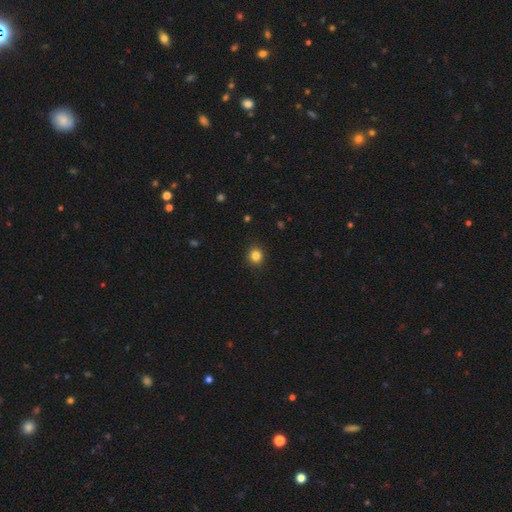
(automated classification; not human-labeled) A smooth galaxy with no disk features (84%) that is round (89%).

Vote fractions:
- Smooth or featured? smooth: 84% / star or artifact: 12% / featured or disk: 4%
- How rounded? round: 89% / in between: 10% / cigar-shaped: 1%
- Merging? none: 91% / minor disturbance: 6% / major disturbance: 2% / merger: 1%